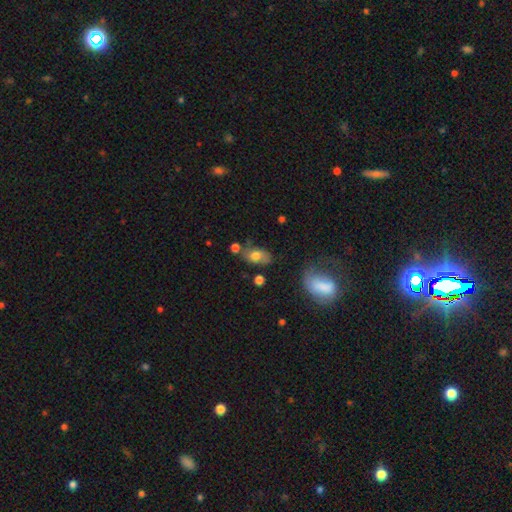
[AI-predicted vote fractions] The model was most divided on "merging": none: 58%, minor disturbance: 23%, merger: 10%, major disturbance: 9%. More confident: how rounded — in between (85%); smooth or featured — smooth (69%).